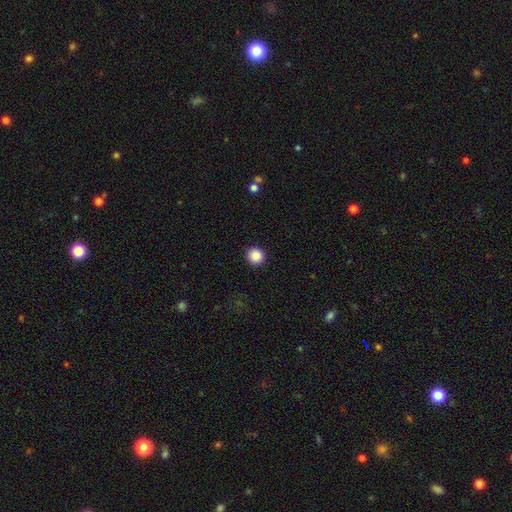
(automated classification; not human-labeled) Smooth or featured?
  - smooth: 88% *
  - star or artifact: 9%
  - featured or disk: 3%
How rounded?
  - round: 94% *
  - in between: 5%
  - cigar-shaped: 1%
Merging?
  - none: 93% *
  - minor disturbance: 5%
  - major disturbance: 2%
  - merger: 1%